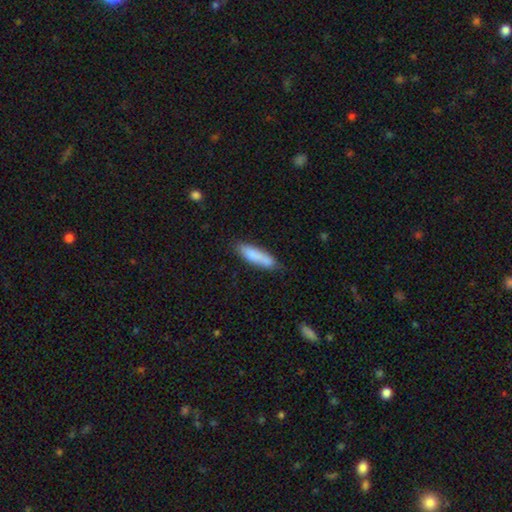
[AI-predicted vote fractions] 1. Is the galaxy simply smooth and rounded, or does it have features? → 80% smooth, 14% featured or disk, 6% star or artifact.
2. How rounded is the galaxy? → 71% cigar-shaped, 27% in between, 2% round.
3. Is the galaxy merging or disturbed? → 73% none, 19% minor disturbance, 4% merger, 4% major disturbance.